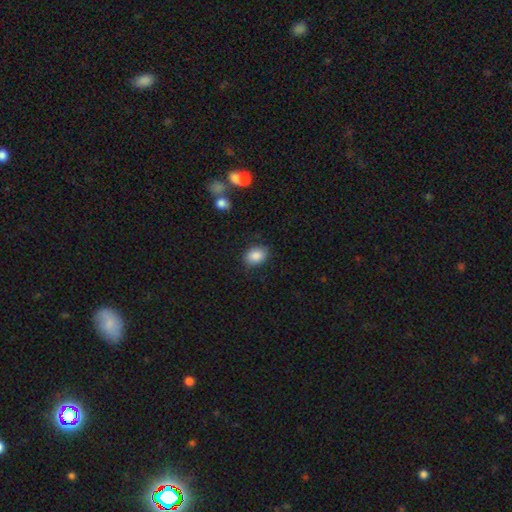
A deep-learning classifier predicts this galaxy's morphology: This appears to be a smooth galaxy with no disk features (87%) that is in between round and cigar-shaped (73%). Merging: none (84%).